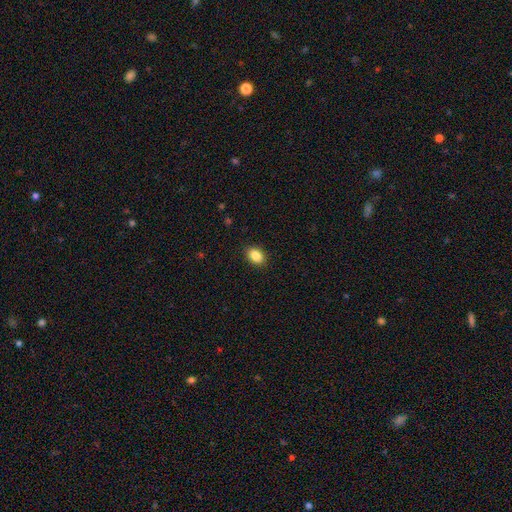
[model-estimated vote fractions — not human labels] Q: Smooth or featured?
A: smooth (87%); runner-up: star or artifact (8%)
Q: How rounded?
A: in between (83%); runner-up: round (16%)
Q: Merging?
A: none (89%); runner-up: minor disturbance (8%)